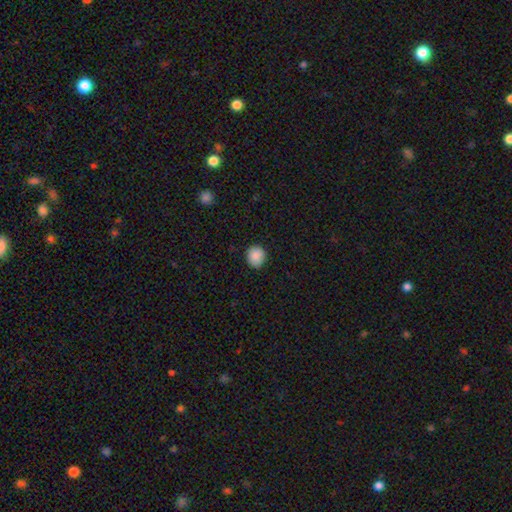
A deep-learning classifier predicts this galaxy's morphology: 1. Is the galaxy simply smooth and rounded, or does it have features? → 88% smooth, 8% star or artifact, 3% featured or disk.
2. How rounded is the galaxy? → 83% round, 16% in between, 1% cigar-shaped.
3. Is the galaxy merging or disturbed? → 87% none, 10% minor disturbance, 2% major disturbance, 1% merger.